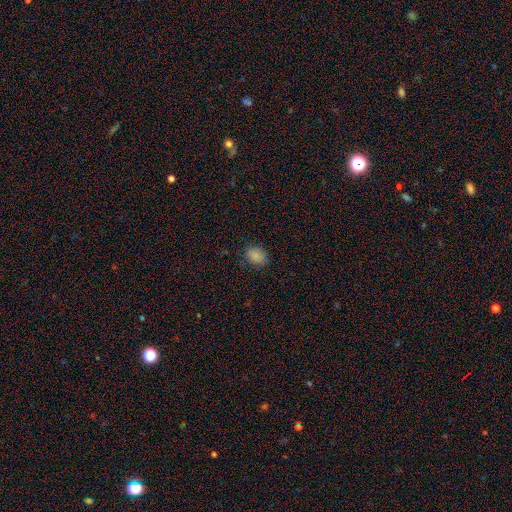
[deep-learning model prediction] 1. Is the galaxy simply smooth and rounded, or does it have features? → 85% smooth, 10% star or artifact, 5% featured or disk.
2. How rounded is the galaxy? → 63% in between, 36% round, 1% cigar-shaped.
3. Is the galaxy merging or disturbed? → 81% none, 15% minor disturbance, 3% major disturbance, 1% merger.